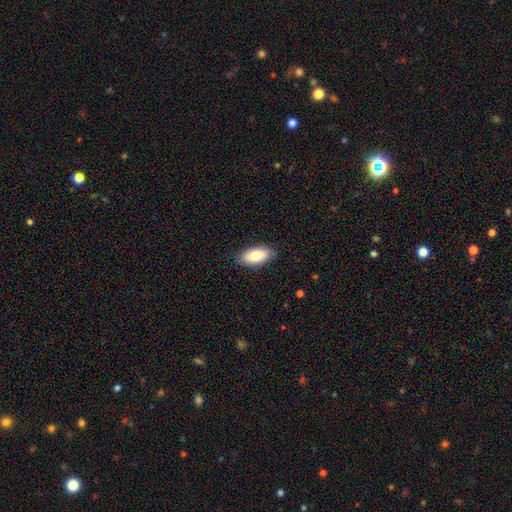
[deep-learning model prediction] Smooth or featured? smooth (81%)
How rounded? in between (89%)
Merging? none (86%)